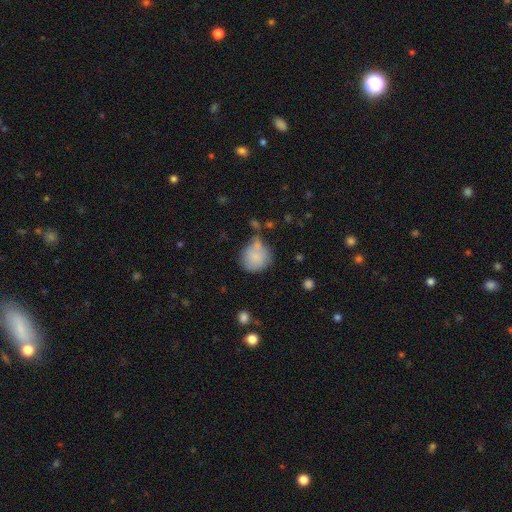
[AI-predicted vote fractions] A smooth galaxy with no disk features (81%) that is round (84%).

Vote fractions:
- Smooth or featured? smooth: 81% / featured or disk: 11% / star or artifact: 8%
- How rounded? round: 84% / in between: 15% / cigar-shaped: 1%
- Merging? none: 51% / minor disturbance: 23% / merger: 17% / major disturbance: 8%